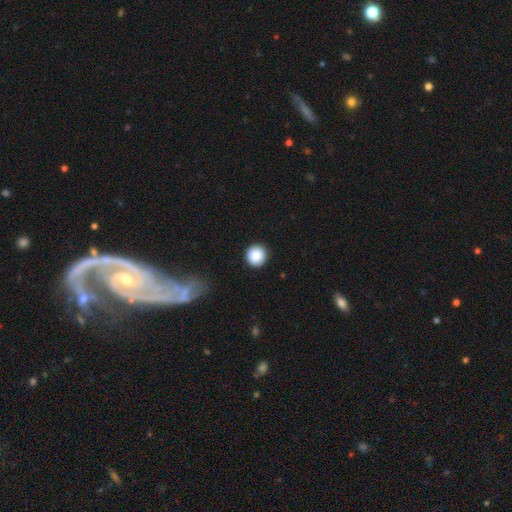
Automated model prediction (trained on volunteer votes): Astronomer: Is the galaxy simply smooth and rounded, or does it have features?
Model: smooth — 88%.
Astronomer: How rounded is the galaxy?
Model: round — 96%.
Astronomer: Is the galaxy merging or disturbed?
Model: none — 91%.